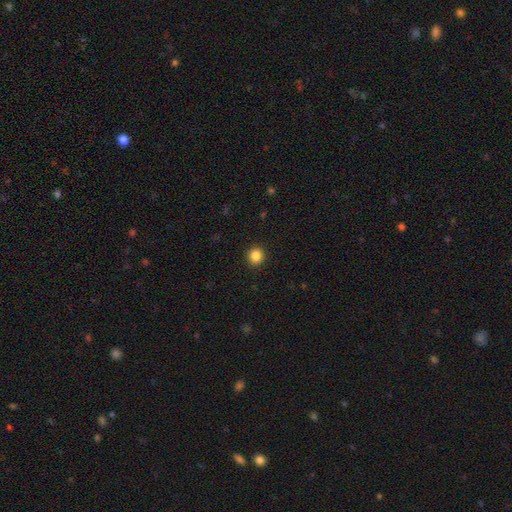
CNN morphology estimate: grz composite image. It shows a smooth galaxy with no disk features (86%) that is round (91%). Merging: none (92%).